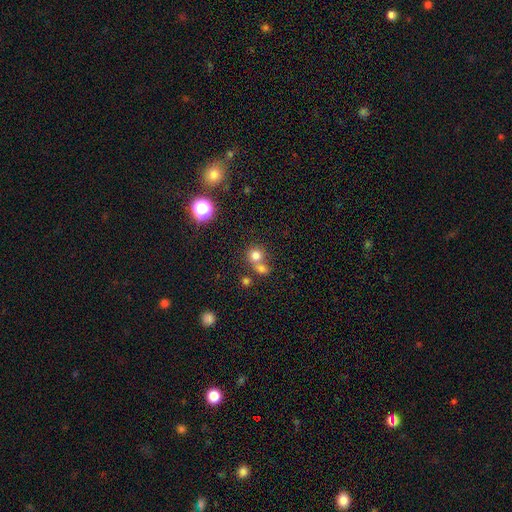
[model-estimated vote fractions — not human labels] A smooth galaxy with no disk features (75%) that is round (87%).

Vote fractions:
- Smooth or featured? smooth: 75% / star or artifact: 16% / featured or disk: 9%
- How rounded? round: 87% / in between: 12% / cigar-shaped: 1%
- Merging? none: 49% / merger: 42% / minor disturbance: 7% / major disturbance: 3%